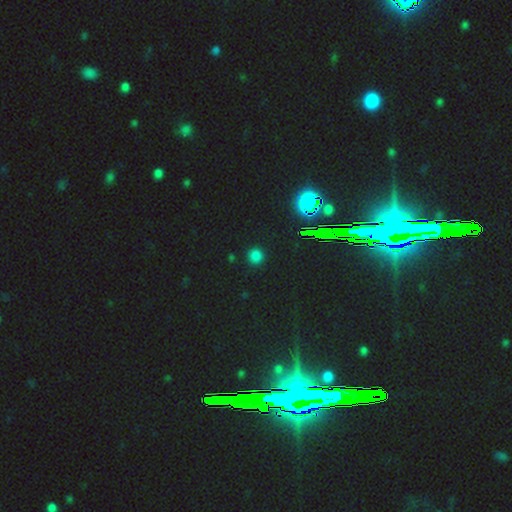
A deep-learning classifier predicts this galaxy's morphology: Overall: smooth (68%). How rounded: round (93%). Merging: none (91%).